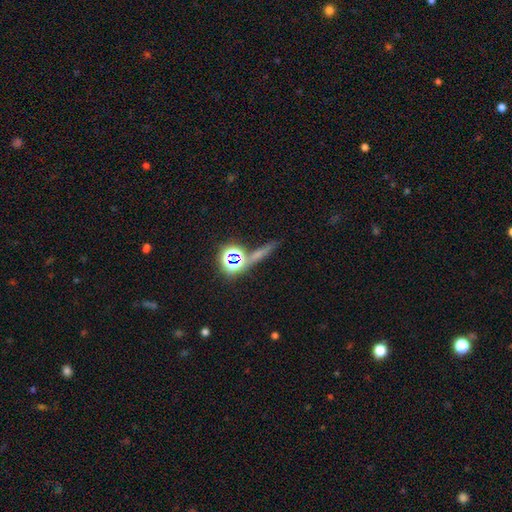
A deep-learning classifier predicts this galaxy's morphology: Q: Smooth or featured?
A: star or artifact (55%); runner-up: smooth (28%)